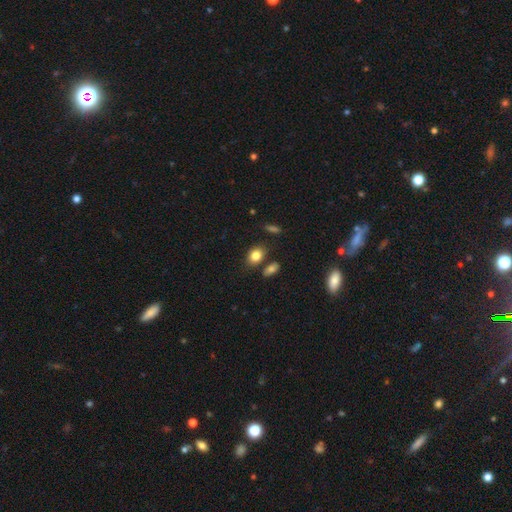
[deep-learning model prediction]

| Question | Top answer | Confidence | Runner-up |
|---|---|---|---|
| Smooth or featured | smooth | 83% | star or artifact (9%) |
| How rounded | in between | 72% | round (26%) |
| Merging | none | 73% | minor disturbance (14%) |